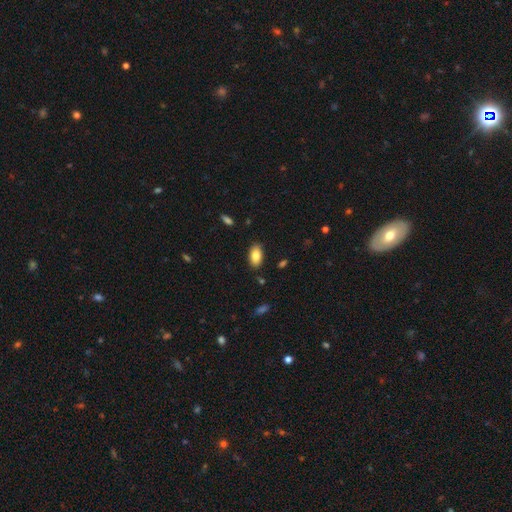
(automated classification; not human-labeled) The model was most divided on "merging": none: 85%, minor disturbance: 11%, major disturbance: 2%, merger: 2%. More confident: how rounded — in between (94%); smooth or featured — smooth (85%).